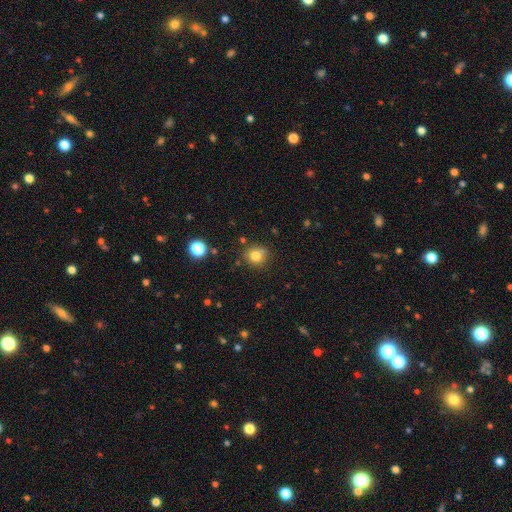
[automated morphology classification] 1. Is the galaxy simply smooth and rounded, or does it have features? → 80% smooth, 13% star or artifact, 7% featured or disk.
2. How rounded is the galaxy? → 82% round, 17% in between, 1% cigar-shaped.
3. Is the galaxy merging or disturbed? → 76% none, 15% minor disturbance, 5% merger, 4% major disturbance.